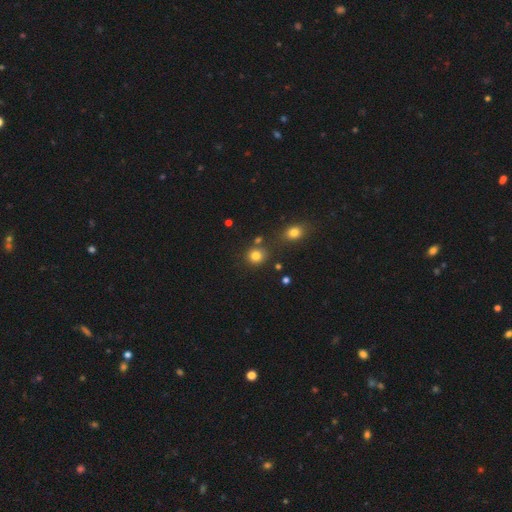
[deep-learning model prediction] The model was most divided on "merging": none: 75%, merger: 11%, minor disturbance: 10%, major disturbance: 3%. More confident: how rounded — round (85%); smooth or featured — smooth (81%).